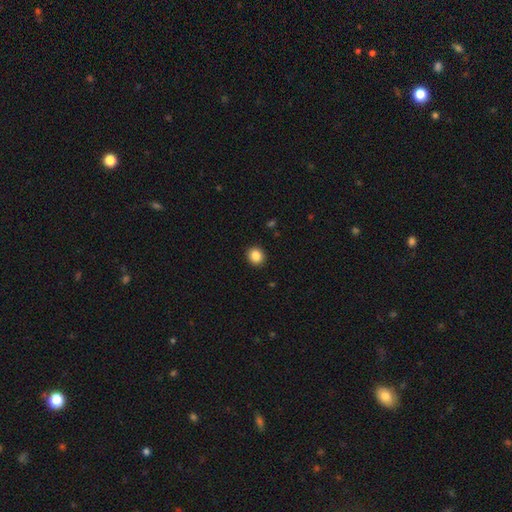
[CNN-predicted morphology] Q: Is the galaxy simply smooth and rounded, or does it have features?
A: smooth — 86%.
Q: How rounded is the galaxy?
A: round — 82%.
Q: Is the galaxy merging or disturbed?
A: none — 92%.